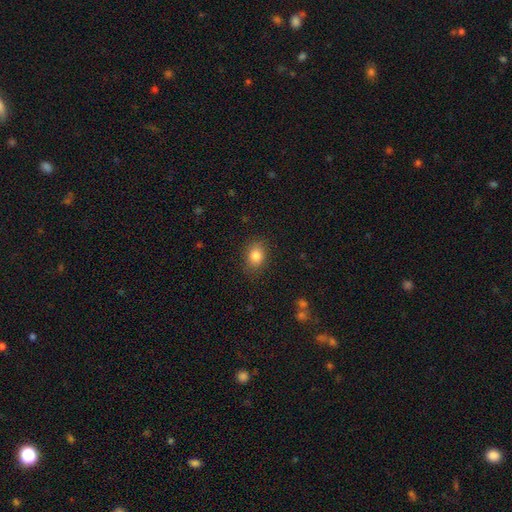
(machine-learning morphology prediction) Smooth or featured? smooth (85%)
How rounded? in between (57%)
Merging? none (84%)